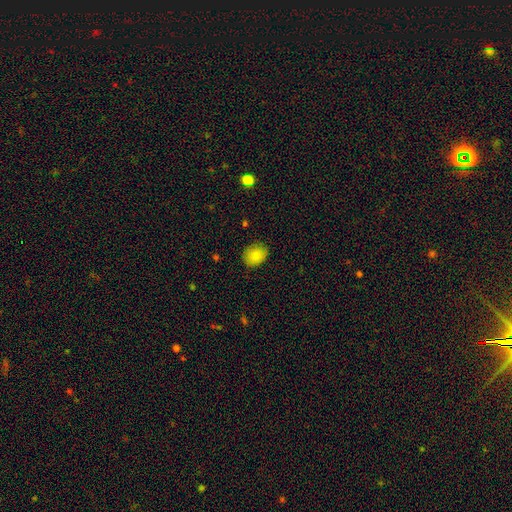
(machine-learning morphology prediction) Smooth or featured? Predicted: smooth (p=0.83). How rounded? Predicted: in between (p=0.50). Merging? Predicted: none (p=0.83).